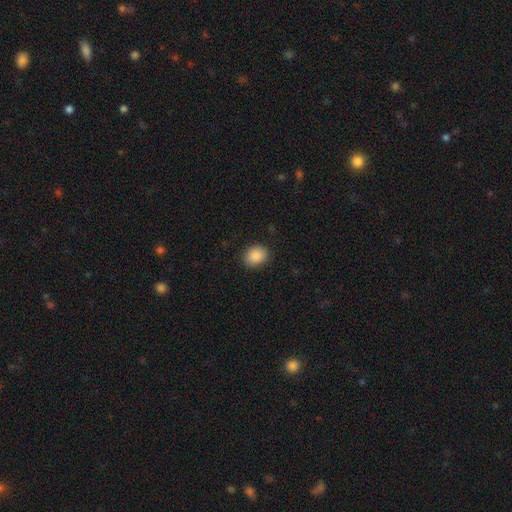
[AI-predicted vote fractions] A smooth galaxy with no disk features (89%) that is in between round and cigar-shaped (52%).

Vote fractions:
- Smooth or featured? smooth: 89% / star or artifact: 8% / featured or disk: 3%
- How rounded? in between: 52% / round: 47% / cigar-shaped: 1%
- Merging? none: 88% / minor disturbance: 9% / major disturbance: 3% / merger: 1%